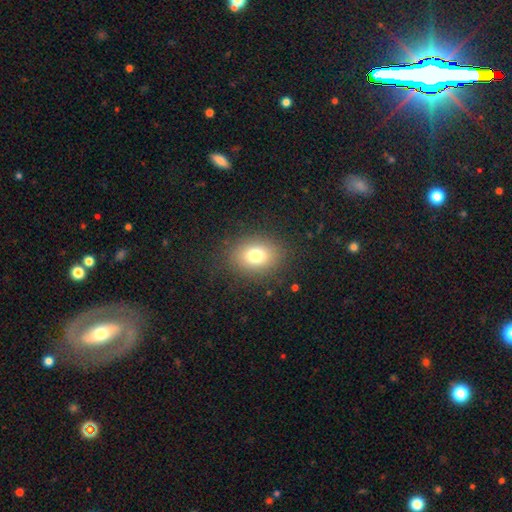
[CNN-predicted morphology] A smooth galaxy with no disk features (77%) that is in between round and cigar-shaped (53%).

Vote fractions:
- Smooth or featured? smooth: 77% / star or artifact: 13% / featured or disk: 11%
- How rounded? in between: 53% / round: 46% / cigar-shaped: 1%
- Merging? none: 85% / minor disturbance: 9% / major disturbance: 5% / merger: 1%